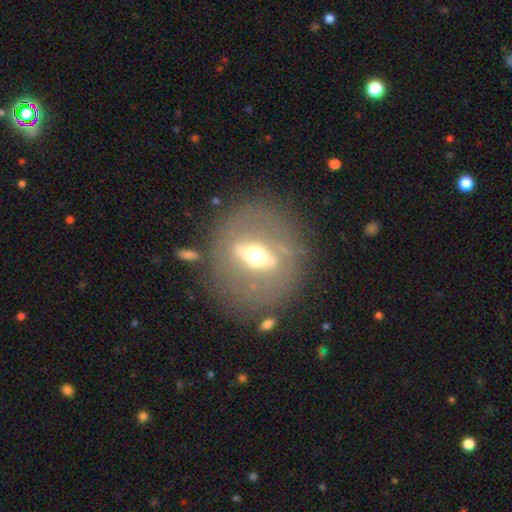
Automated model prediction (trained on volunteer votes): This appears to be a featured or disk galaxy (73%). Merging: none (79%).